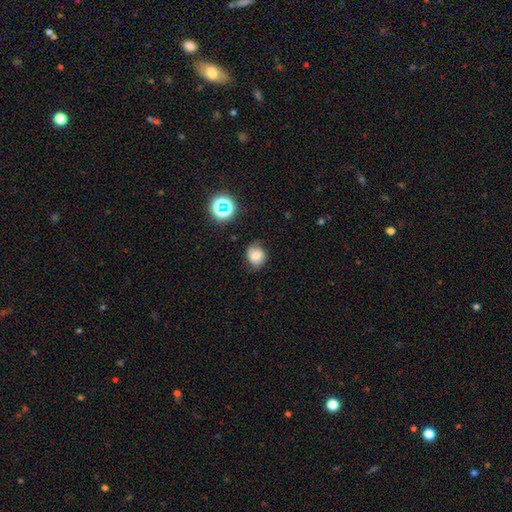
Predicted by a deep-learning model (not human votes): Overall: smooth (65%). How rounded: round (61%; in between 38%). Merging: none (65%; minor disturbance 26%).